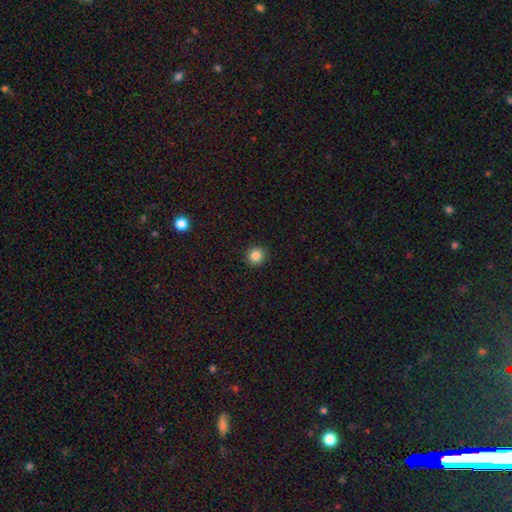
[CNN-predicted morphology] smooth_or_featured: smooth (p=0.84) [alt: star or artifact p=0.11]
how_rounded: round (p=0.94) [alt: in between p=0.05]
merging: none (p=0.92) [alt: minor disturbance p=0.05]